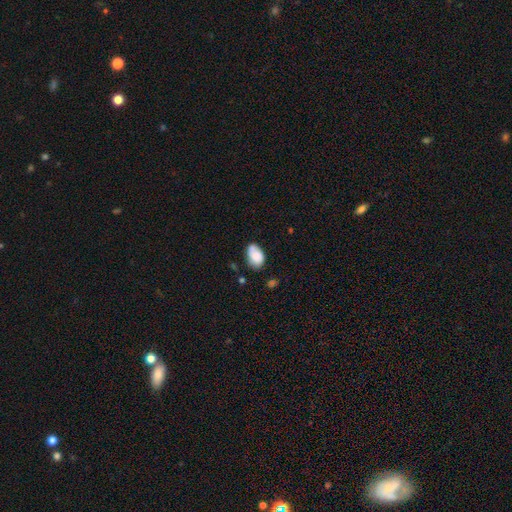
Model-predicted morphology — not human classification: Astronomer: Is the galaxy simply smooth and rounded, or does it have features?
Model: smooth — 78%.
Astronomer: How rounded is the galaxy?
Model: in between — 90%.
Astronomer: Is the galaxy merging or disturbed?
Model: none — 56%.